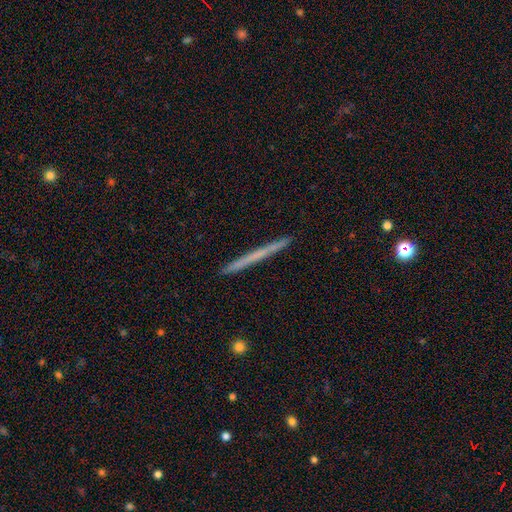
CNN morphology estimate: smooth_or_featured: smooth (p=0.47) [tied with: featured or disk p=0.47]
merging: none (p=0.92) [alt: minor disturbance p=0.05]